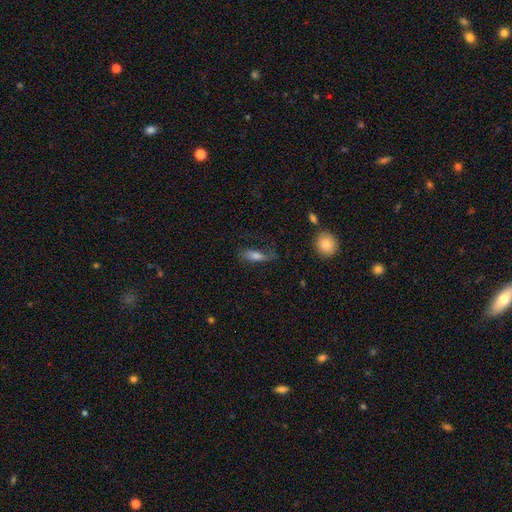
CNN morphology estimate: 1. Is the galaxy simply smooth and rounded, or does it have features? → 65% smooth, 25% featured or disk, 10% star or artifact.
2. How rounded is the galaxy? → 59% in between, 38% cigar-shaped, 4% round.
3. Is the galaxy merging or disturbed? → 55% none, 25% minor disturbance, 17% major disturbance, 3% merger.